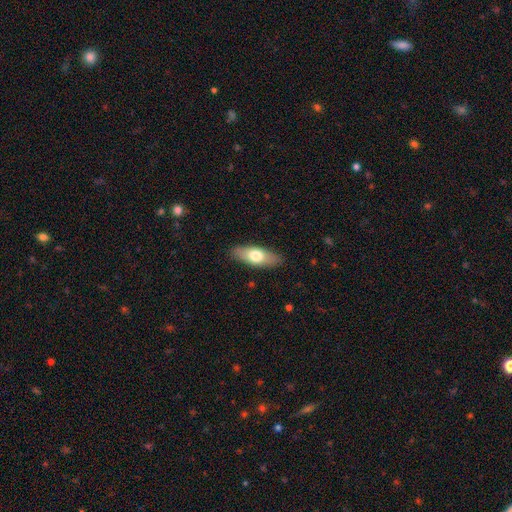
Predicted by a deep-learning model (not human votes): Smooth or featured?
  - smooth: 67% *
  - featured or disk: 27%
  - star or artifact: 6%
How rounded?
  - in between: 71% *
  - cigar-shaped: 27%
  - round: 3%
Merging?
  - none: 87% *
  - minor disturbance: 10%
  - major disturbance: 2%
  - merger: 1%